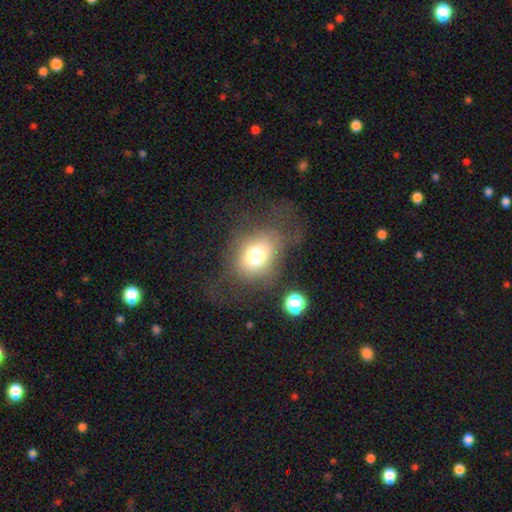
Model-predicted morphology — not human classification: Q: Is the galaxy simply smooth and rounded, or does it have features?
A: smooth — 68%.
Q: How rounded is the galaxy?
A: in between — 52%.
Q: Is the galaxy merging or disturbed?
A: none — 54%.